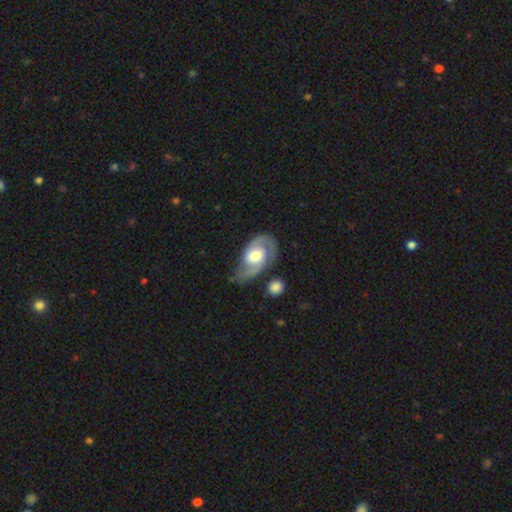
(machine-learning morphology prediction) type=featured or disk (83%); edge-on=no (96%); bar=no (55%); spiral arms=yes (94%); winding=medium (50%); arm count=2 (84%); bulge=moderate (55%); merging=none (63%).